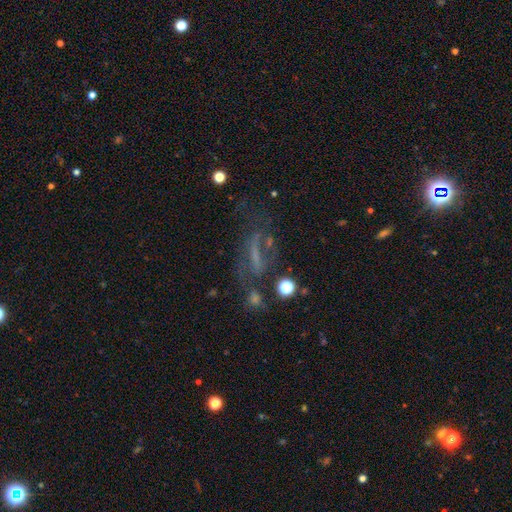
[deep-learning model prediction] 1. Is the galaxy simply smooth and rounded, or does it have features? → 48% featured or disk, 26% smooth, 26% star or artifact.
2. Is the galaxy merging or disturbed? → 47% none, 26% major disturbance, 19% minor disturbance, 7% merger.